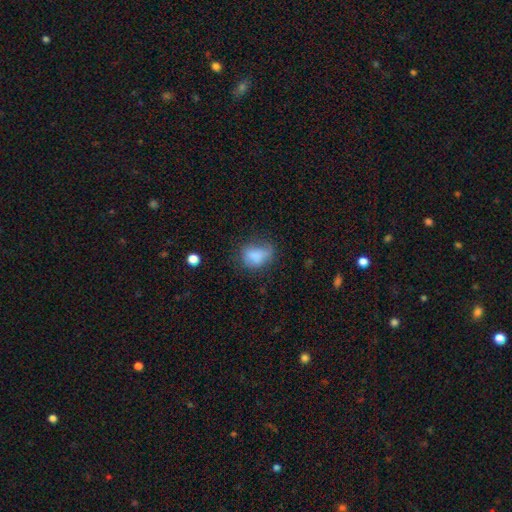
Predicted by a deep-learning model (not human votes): smooth-or-featured: smooth: 77% | featured or disk: 12% | star or artifact: 10%
  how-rounded: in between: 74% | round: 24% | cigar-shaped: 2%
  merging: none: 44% | minor disturbance: 31% | major disturbance: 22% | merger: 3%